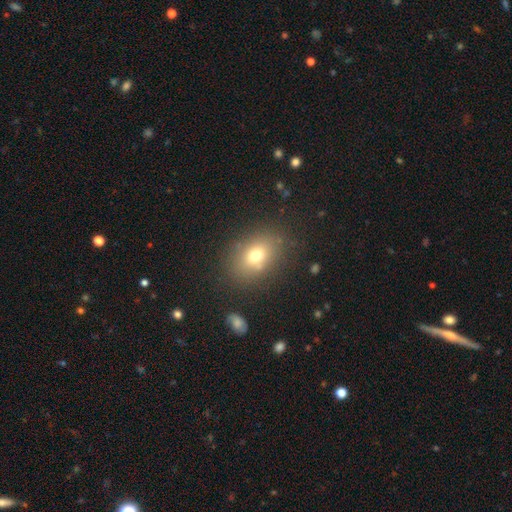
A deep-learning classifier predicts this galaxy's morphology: A smooth galaxy with no disk features (72%) that is in between round and cigar-shaped (69%).

Vote fractions:
- Smooth or featured? smooth: 72% / featured or disk: 15% / star or artifact: 13%
- How rounded? in between: 69% / round: 30% / cigar-shaped: 1%
- Merging? none: 80% / minor disturbance: 12% / major disturbance: 5% / merger: 3%